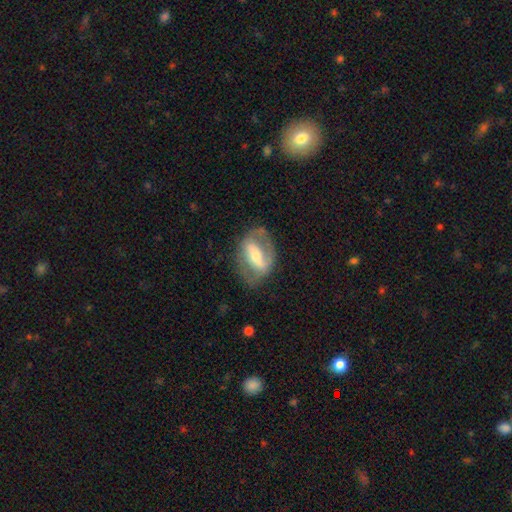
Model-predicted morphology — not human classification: The model was most divided on "bulge size": moderate: 51%, small: 39%, large: 7%, none: 2%, dominant: 1%. Remaining: edge-on disk — no (94%); spiral arm count — 2 (76%); spiral arms — yes (76%); smooth or featured — featured or disk (74%); merging — none (64%); bar — strong (55%); spiral winding — medium (45%).